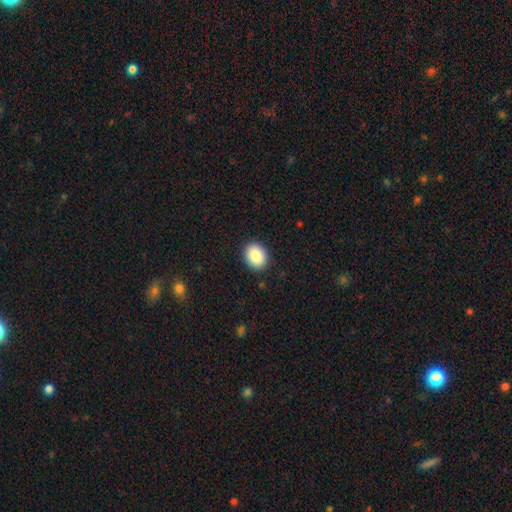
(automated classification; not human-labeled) smooth-or-featured: smooth: 88% | star or artifact: 7% | featured or disk: 4%
  how-rounded: in between: 57% | round: 42% | cigar-shaped: 1%
  merging: none: 90% | minor disturbance: 7% | major disturbance: 2% | merger: 1%